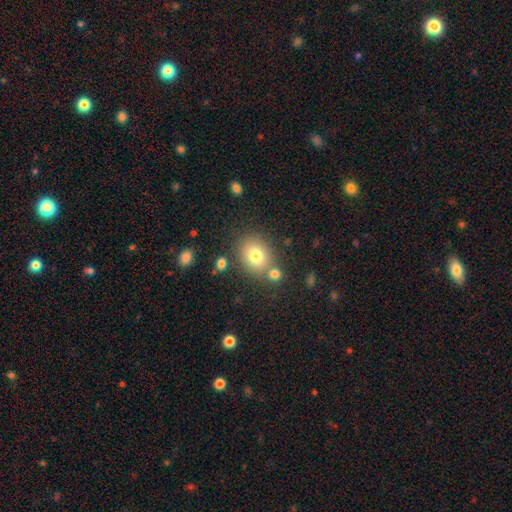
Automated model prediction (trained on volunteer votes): Morphology: type=smooth (77%); roundness=round (56%); merging=none (69%).